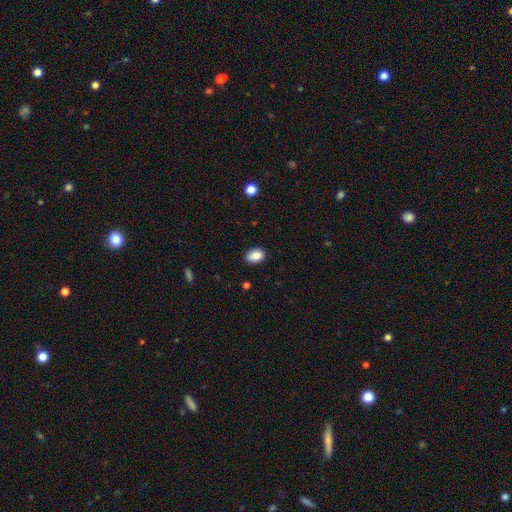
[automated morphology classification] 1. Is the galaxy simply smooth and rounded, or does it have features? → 88% smooth, 8% star or artifact, 4% featured or disk.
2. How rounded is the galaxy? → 84% in between, 15% round, 1% cigar-shaped.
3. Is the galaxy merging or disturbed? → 86% none, 11% minor disturbance, 2% major disturbance, 1% merger.